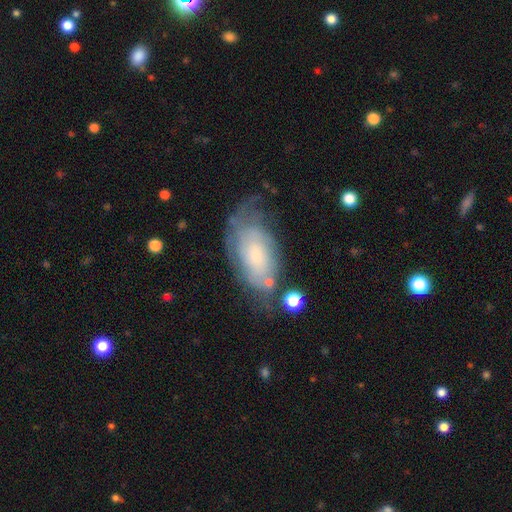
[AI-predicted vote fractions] A featured or disk galaxy (59%) with no bar (77%), spiral arms (76%) and a small central bulge (63%).

Vote fractions:
- Smooth or featured? featured or disk: 59% / smooth: 33% / star or artifact: 8%
- Edge-on disk? no: 92% / yes: 8%
- Bar? no: 77% / weak: 20% / strong: 3%
- Spiral arms? yes: 76% / no: 24%
- Bulge size? small: 63% / moderate: 26% / none: 5% / large: 5% / dominant: 2%
- Merging? none: 50% / minor disturbance: 28% / major disturbance: 17% / merger: 5%